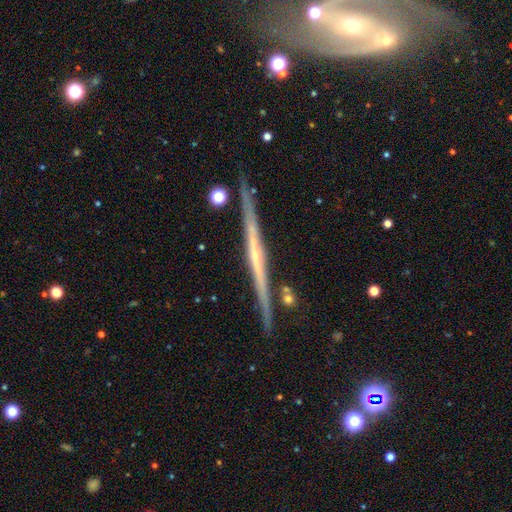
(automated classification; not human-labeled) Smooth or featured?
  - featured or disk: 77% *
  - smooth: 17%
  - star or artifact: 6%
Edge-on disk?
  - yes: 98% *
  - no: 2%
Edge-on bulge?
  - none: 72% *
  - rounded: 21%
  - boxy: 6%
Merging?
  - none: 88% *
  - minor disturbance: 8%
  - merger: 2%
  - major disturbance: 2%